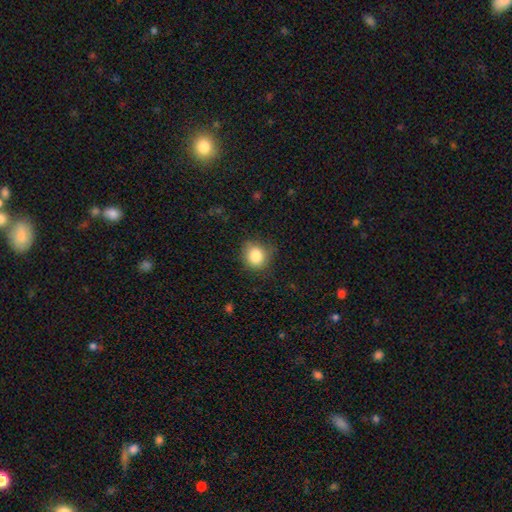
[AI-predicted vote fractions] Overall: smooth (85%). How rounded: round (75%). Merging: none (73%).